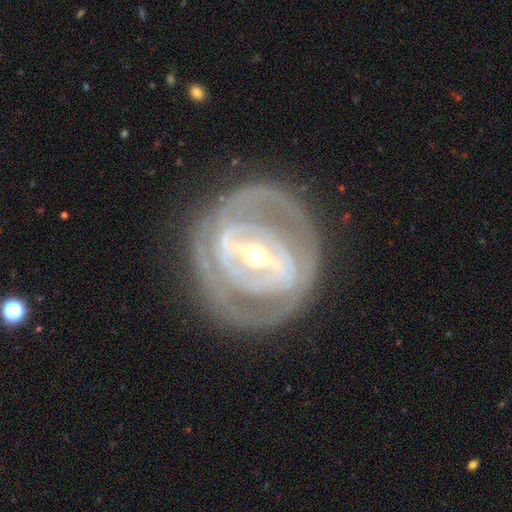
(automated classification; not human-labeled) This appears to be a featured or disk galaxy (86%) with a strong bar (64%), 2 (39%) tight (70%) spiral arms (74%) and a small central bulge (49%). Merging: none (77%).